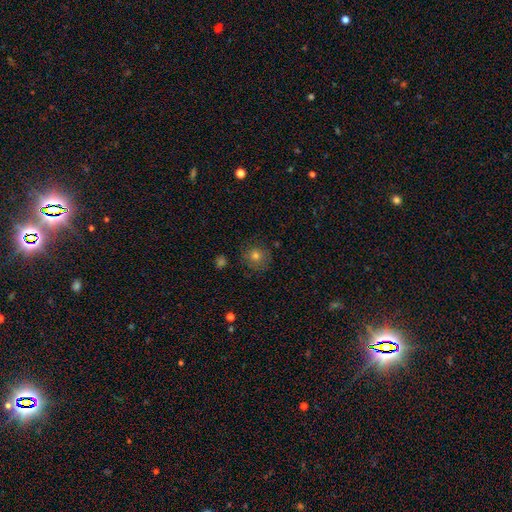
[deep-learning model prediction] Overall: smooth (66%). How rounded: round (90%). Merging: none (81%).